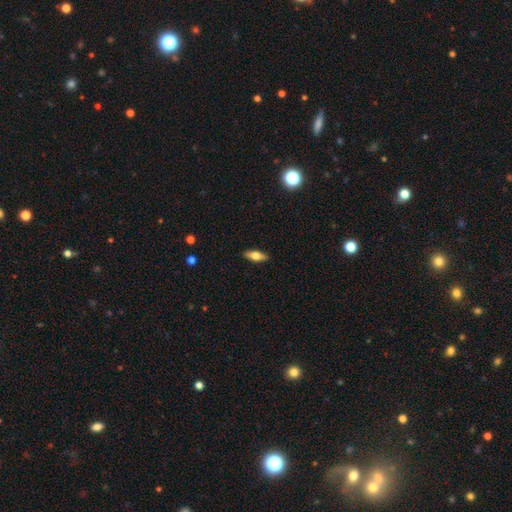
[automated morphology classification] The model was most divided on "smooth or featured": smooth: 62%, featured or disk: 32%, star or artifact: 7%. More confident: merging — none (89%); how rounded — in between (66%).